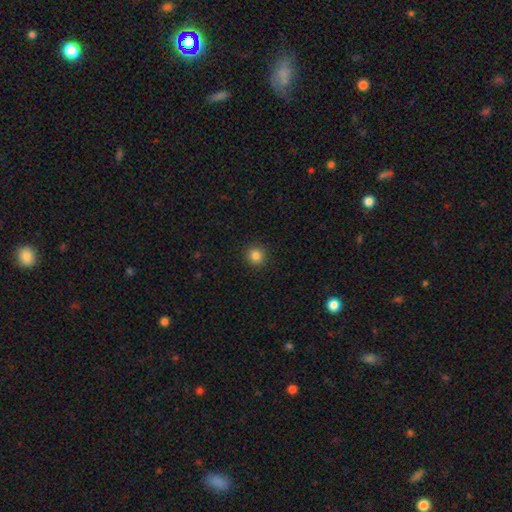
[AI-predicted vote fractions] Smooth or featured?
  - smooth: 84% *
  - star or artifact: 12%
  - featured or disk: 5%
How rounded?
  - round: 93% *
  - in between: 6%
  - cigar-shaped: 1%
Merging?
  - none: 93% *
  - minor disturbance: 5%
  - major disturbance: 2%
  - merger: 1%